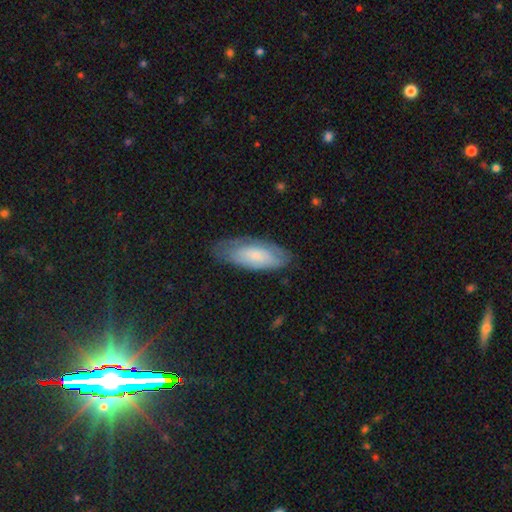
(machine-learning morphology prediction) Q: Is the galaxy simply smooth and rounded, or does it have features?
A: smooth — 61%.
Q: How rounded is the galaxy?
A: in between — 81%.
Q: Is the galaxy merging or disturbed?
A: none — 65%.